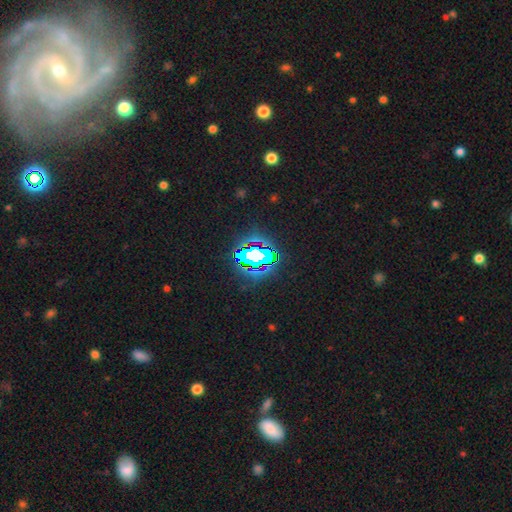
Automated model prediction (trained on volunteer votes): Smooth or featured? Predicted: star or artifact (p=0.71).